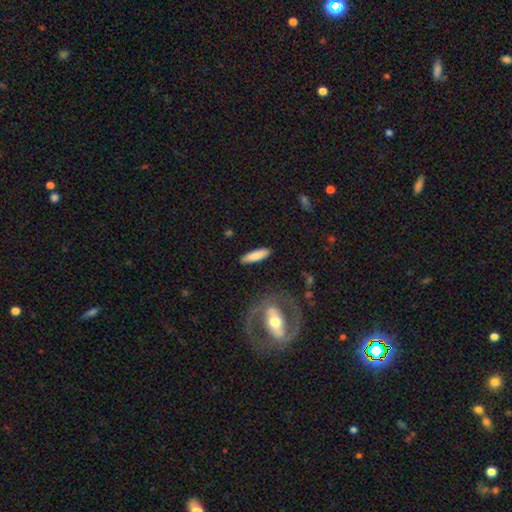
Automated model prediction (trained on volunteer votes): smooth-or-featured: smooth: 80% | featured or disk: 15% | star or artifact: 6%
  how-rounded: cigar-shaped: 70% | in between: 29% | round: 2%
  merging: none: 86% | minor disturbance: 9% | major disturbance: 2% | merger: 2%